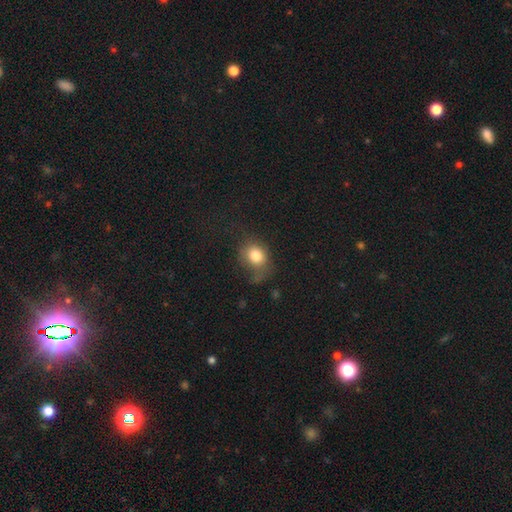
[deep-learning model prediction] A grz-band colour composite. It shows a smooth galaxy with no disk features (80%) that is round (56%). Merging: none (43%).